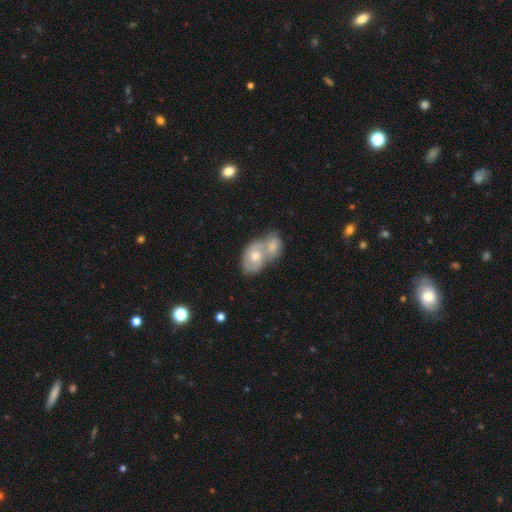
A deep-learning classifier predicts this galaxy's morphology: featured or disk 53%, smooth 39%, star or artifact 8%. Down the decision tree: edge-on disk — no (95%); bar — no (78%); spiral arms — yes (63%); bulge size — moderate (70%); merging — merger (69%).